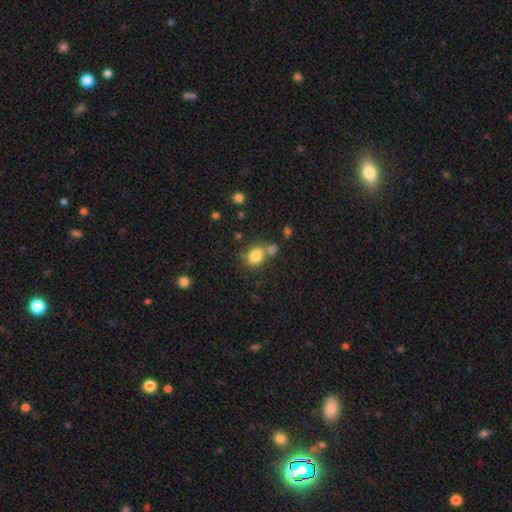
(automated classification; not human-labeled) smooth_or_featured: smooth (p=0.81) [alt: star or artifact p=0.11]
how_rounded: round (p=0.58) [alt: in between p=0.41]
merging: none (p=0.53) [alt: merger p=0.28]